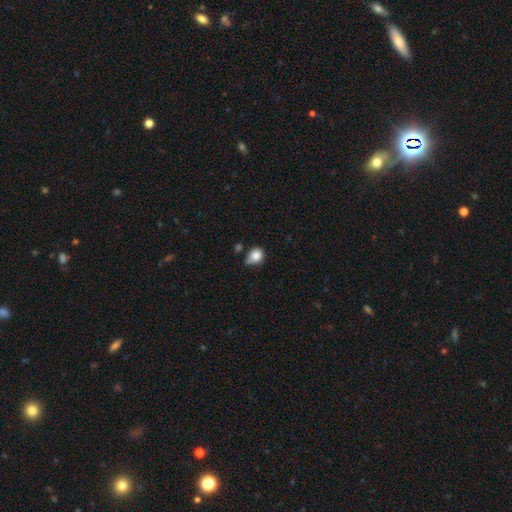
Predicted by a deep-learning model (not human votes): Morphology: type=smooth (84%); roundness=round (64%); merging=none (45%).